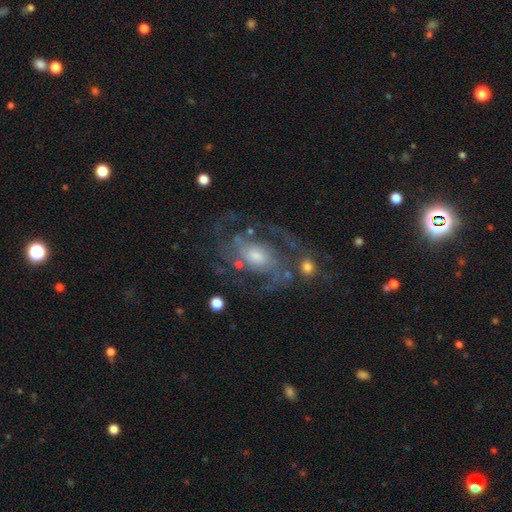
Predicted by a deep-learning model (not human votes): Smooth or featured? Predicted: featured or disk (p=0.88). Edge-on disk? Predicted: no (p=0.97). Bar? Predicted: no (p=0.54). Spiral arms? Predicted: yes (p=0.95). Spiral winding? Predicted: medium (p=0.48). Spiral arm count? Predicted: 2 (p=0.45). Bulge size? Predicted: moderate (p=0.48). Merging? Predicted: none (p=0.63).